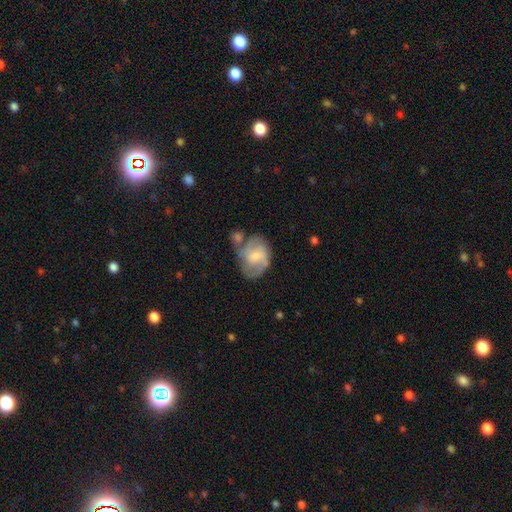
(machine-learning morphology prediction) smooth_or_featured: featured or disk (p=0.60) [alt: smooth p=0.33]
disk_edge_on: no (p=0.97) [alt: yes p=0.03]
bar: no (p=0.49) [alt: weak p=0.42]
has_spiral_arms: yes (p=0.81) [alt: no p=0.19]
bulge_size: small (p=0.40) [alt: moderate p=0.39]
merging: none (p=0.42) [alt: minor disturbance p=0.23]